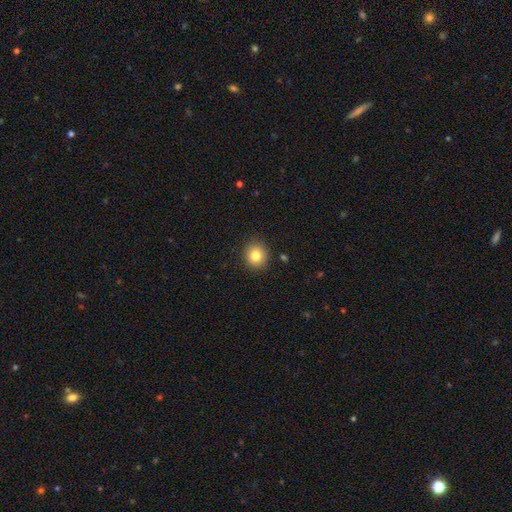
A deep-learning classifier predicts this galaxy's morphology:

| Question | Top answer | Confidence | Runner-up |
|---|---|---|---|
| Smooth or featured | smooth | 81% | star or artifact (11%) |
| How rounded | round | 86% | in between (13%) |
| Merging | none | 89% | minor disturbance (8%) |